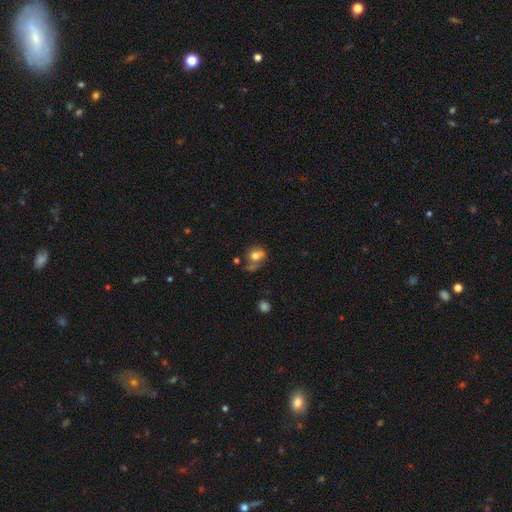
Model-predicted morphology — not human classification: A smooth galaxy with no disk features (67%) that is round (54%). Merging: none (39%).